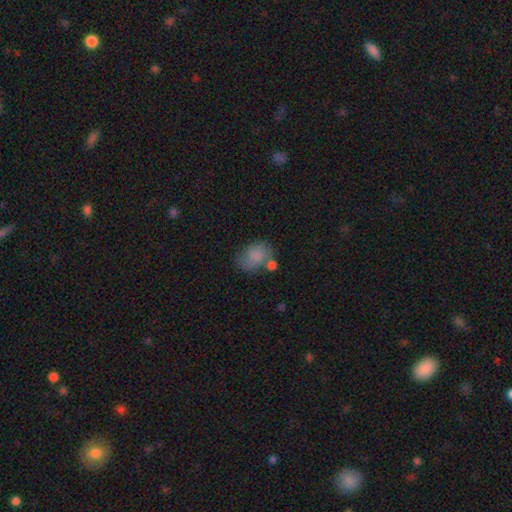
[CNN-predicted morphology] Overall: smooth (78%). How rounded: in between (71%). Merging: none (47%; minor disturbance 23%).